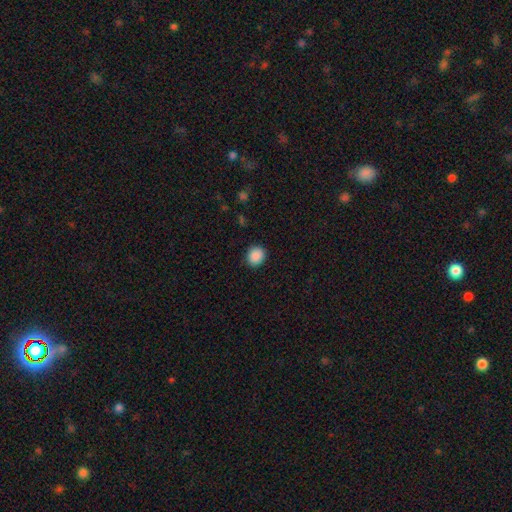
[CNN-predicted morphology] Smooth or featured: smooth — 89% (star or artifact — 8%)
How rounded: round — 74% (in between — 25%)
Merging: none — 89% (minor disturbance — 7%)